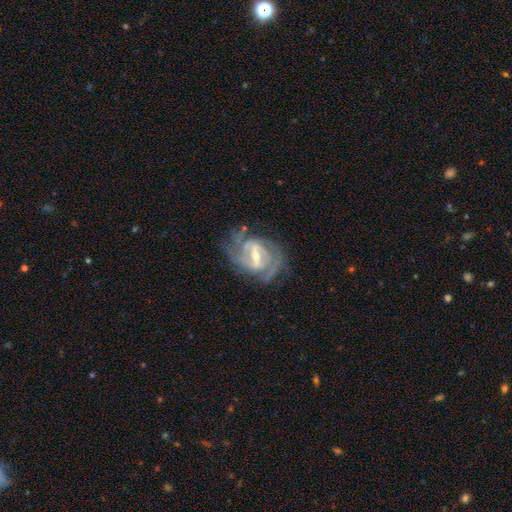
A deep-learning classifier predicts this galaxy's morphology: Smooth or featured: featured or disk — 89% (smooth — 6%)
Edge-on disk: no — 96% (yes — 4%)
Bar: strong — 54% (weak — 37%)
Spiral arms: yes — 95% (no — 5%)
Spiral winding: tight — 49% (medium — 41%)
Spiral arm count: 2 — 42% (3 — 24%)
Bulge size: small — 48% (moderate — 46%)
Merging: none — 66% (minor disturbance — 20%)